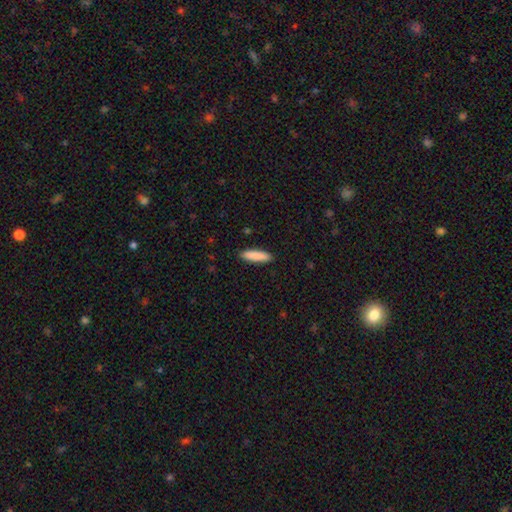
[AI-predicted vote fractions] Smooth or featured?
  - smooth: 88% *
  - featured or disk: 6%
  - star or artifact: 5%
How rounded?
  - cigar-shaped: 74% *
  - in between: 24%
  - round: 1%
Merging?
  - none: 91% *
  - minor disturbance: 6%
  - major disturbance: 1%
  - merger: 1%